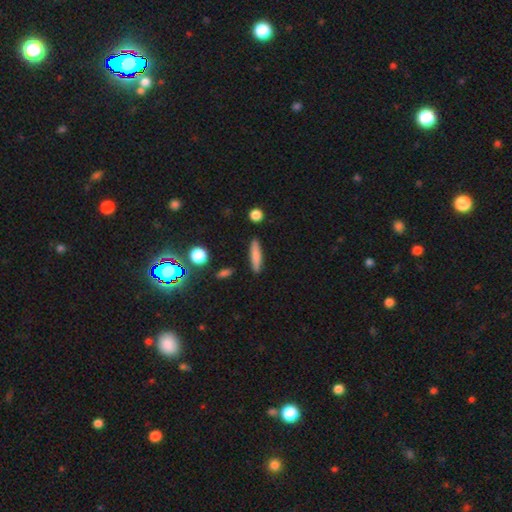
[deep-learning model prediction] This is likely a smooth galaxy (78%). How rounded: clearly cigar-shaped (81%). Merging: clearly none (87%).